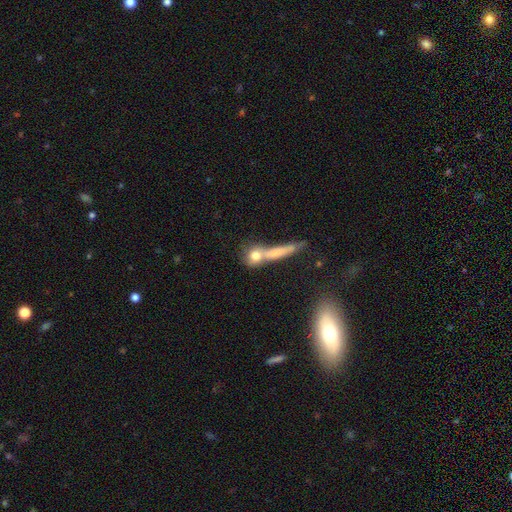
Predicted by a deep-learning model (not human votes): Smooth or featured? smooth (71%)
How rounded? round (66%)
Merging? none (41%)